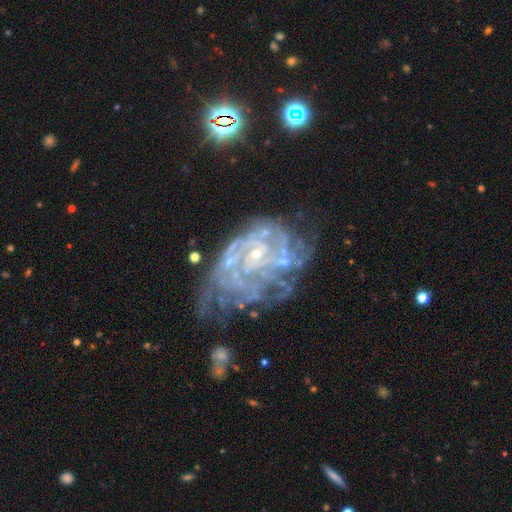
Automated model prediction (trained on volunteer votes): Overall: featured or disk (82%). Edge-on disk: no (98%). Bar: no (72%). Spiral arms: yes (82%). Spiral arm count: can't tell (48%; 4 13%). Spiral winding: tight (60%; medium 29%). Bulge size: small (77%). Merging: none (35%; major disturbance 30%).